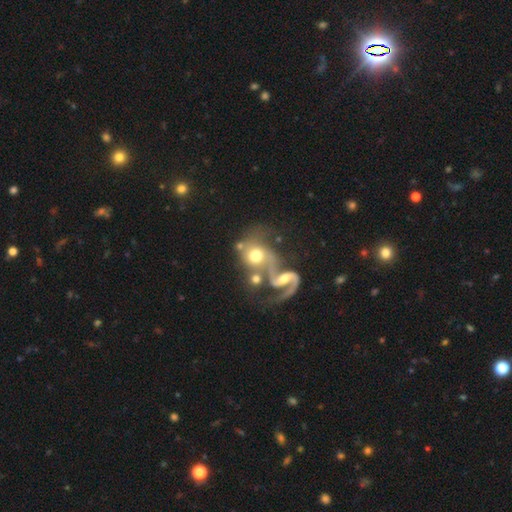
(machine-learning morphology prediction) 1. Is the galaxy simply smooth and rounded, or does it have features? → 51% featured or disk, 40% smooth, 9% star or artifact.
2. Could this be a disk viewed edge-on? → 96% no, 4% yes.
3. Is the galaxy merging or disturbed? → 58% merger, 22% none, 12% major disturbance, 8% minor disturbance.